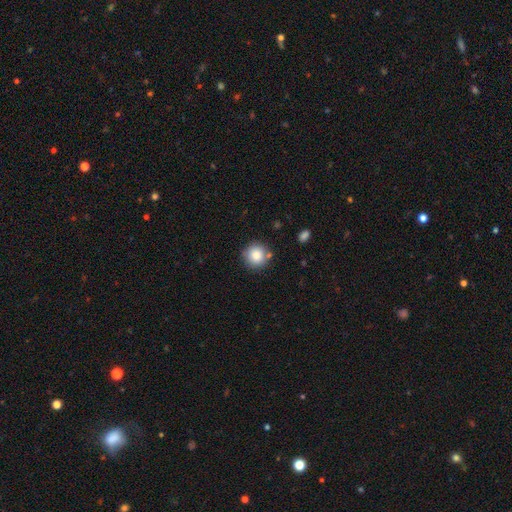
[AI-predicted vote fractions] A smooth galaxy with no disk features (84%) that is round (94%). Merging: none (82%).